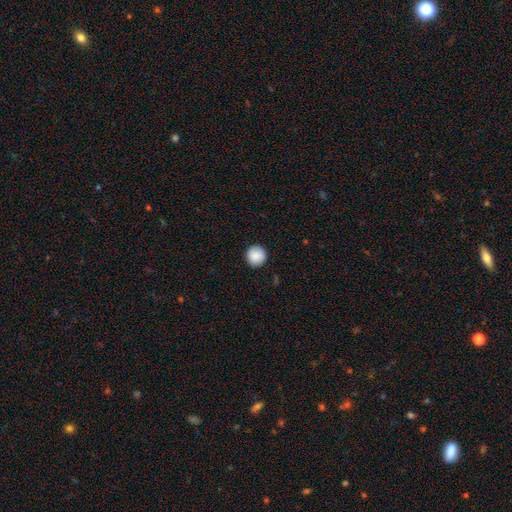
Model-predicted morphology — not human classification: Smooth or featured: smooth — 88% (star or artifact — 8%)
How rounded: round — 95% (in between — 4%)
Merging: none — 91% (minor disturbance — 6%)